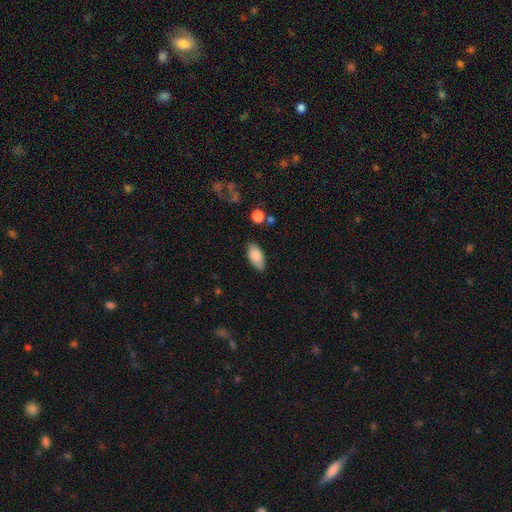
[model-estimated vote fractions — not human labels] Smooth or featured: smooth — 85% (featured or disk — 8%)
How rounded: in between — 91% (cigar-shaped — 7%)
Merging: none — 79% (minor disturbance — 16%)